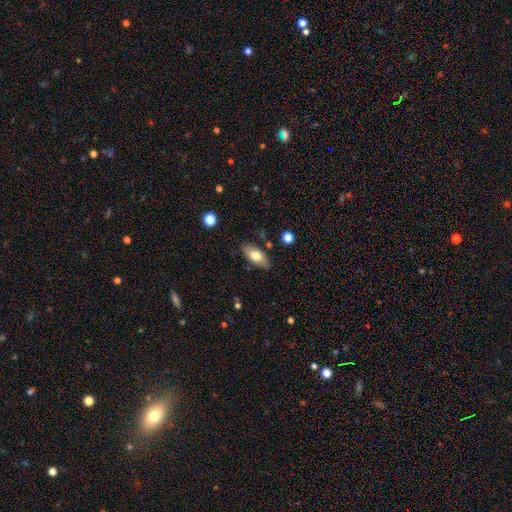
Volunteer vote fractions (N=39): Volunteers were most divided on "smooth or featured": smooth: 82%, featured or disk: 13%, star or artifact: 5%. More confident: how rounded — in between (88%); merging — none (84%).